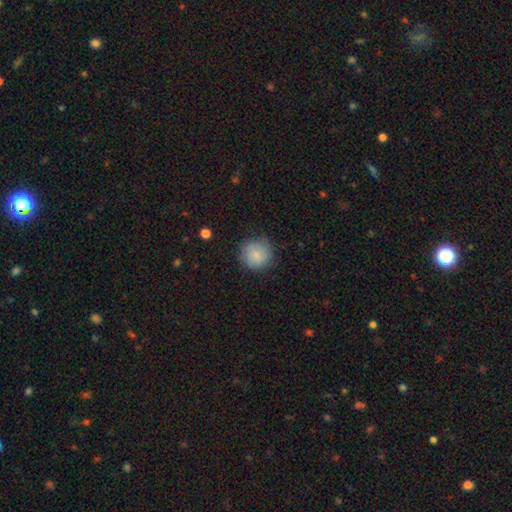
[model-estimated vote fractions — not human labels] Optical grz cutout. It shows a smooth galaxy with no disk features (83%) that is round (92%). Merging: none (78%).